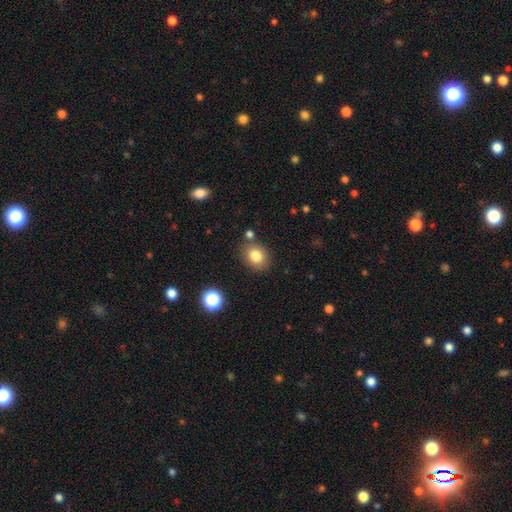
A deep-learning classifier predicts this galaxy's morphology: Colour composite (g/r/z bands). It shows a smooth galaxy with no disk features (81%) that is round (55%). Merging: none (79%).